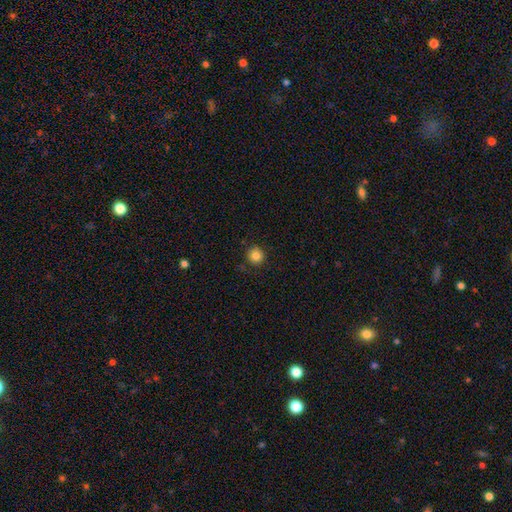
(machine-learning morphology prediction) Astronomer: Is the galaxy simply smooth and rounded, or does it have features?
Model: smooth — 84%.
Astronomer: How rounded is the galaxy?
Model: round — 94%.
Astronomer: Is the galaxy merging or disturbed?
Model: none — 89%.